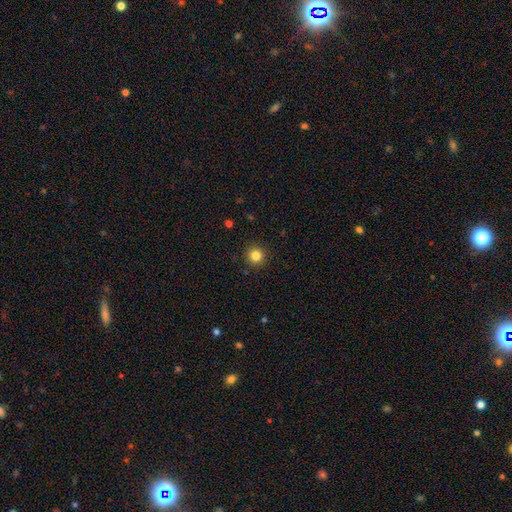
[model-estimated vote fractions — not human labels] The model was most divided on "smooth or featured": smooth: 83%, star or artifact: 12%, featured or disk: 5%. More confident: how rounded — round (95%); merging — none (92%).